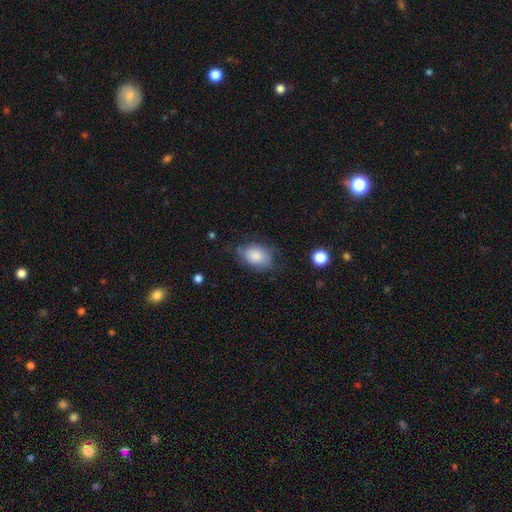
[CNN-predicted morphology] Overall: smooth (77%). How rounded: in between (81%). Merging: none (59%; minor disturbance 29%).